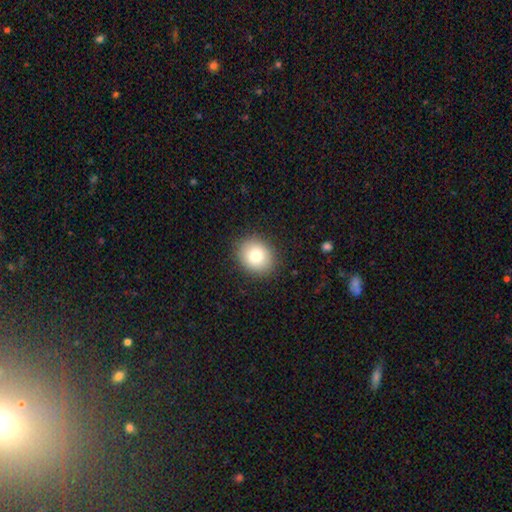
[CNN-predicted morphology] This appears to be a smooth galaxy with no disk features (81%) that is round (72%). Merging: none (89%).